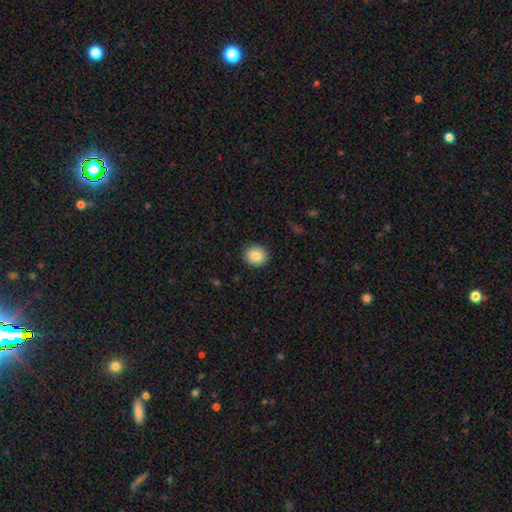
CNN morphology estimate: smooth_or_featured: smooth (p=0.85) [alt: star or artifact p=0.09]
how_rounded: round (p=0.82) [alt: in between p=0.17]
merging: none (p=0.91) [alt: minor disturbance p=0.06]